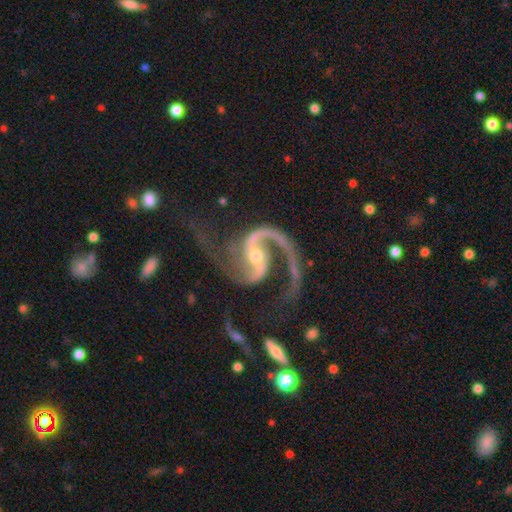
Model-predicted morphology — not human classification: Smooth or featured? Predicted: featured or disk (p=0.94). Edge-on disk? Predicted: no (p=0.98). Bar? Predicted: no (p=0.37). Spiral arms? Predicted: yes (p=0.99). Spiral winding? Predicted: medium (p=0.56). Spiral arm count? Predicted: 2 (p=0.91). Bulge size? Predicted: small (p=0.55). Merging? Predicted: none (p=0.60).